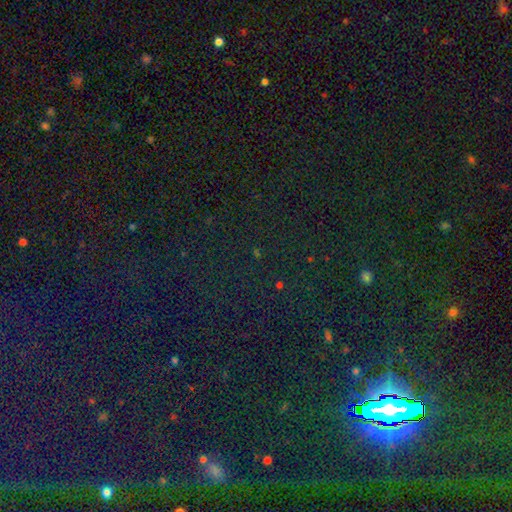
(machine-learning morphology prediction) A star or artifact, not a galaxy (83%).